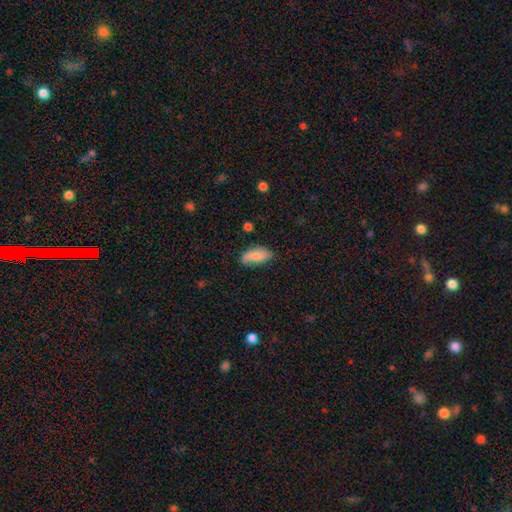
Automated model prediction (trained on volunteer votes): smooth-or-featured: smooth: 78% | featured or disk: 16% | star or artifact: 7%
  how-rounded: in between: 89% | cigar-shaped: 9% | round: 3%
  merging: none: 69% | minor disturbance: 24% | major disturbance: 5% | merger: 2%